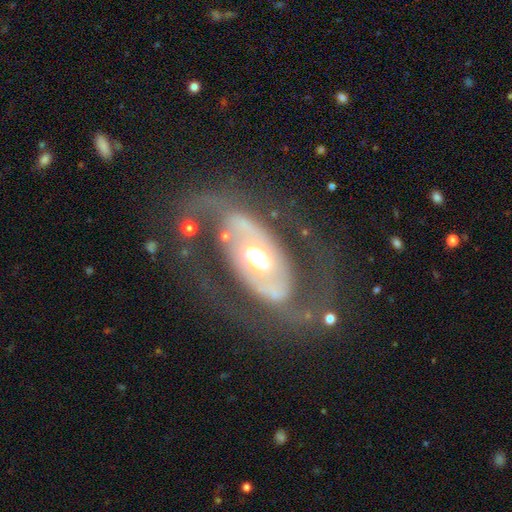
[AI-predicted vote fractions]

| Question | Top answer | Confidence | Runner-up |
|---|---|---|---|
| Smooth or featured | featured or disk | 74% | smooth (18%) |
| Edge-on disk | no | 91% | yes (9%) |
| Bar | no | 63% | weak (22%) |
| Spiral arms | yes | 53% | no (47%) |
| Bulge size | moderate | 52% | large (34%) |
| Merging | none | 48% | major disturbance (30%) |